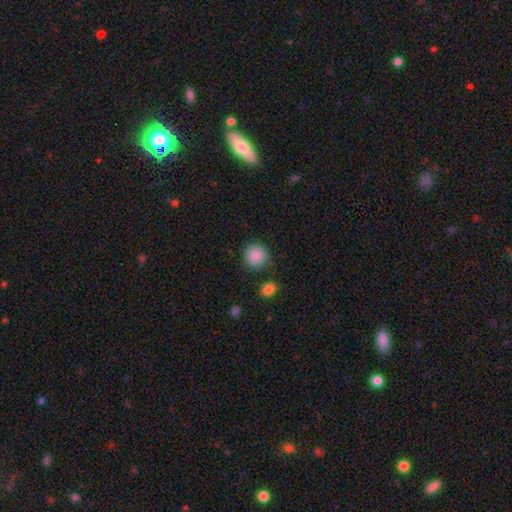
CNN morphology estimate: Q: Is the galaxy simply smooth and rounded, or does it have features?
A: smooth — 89%.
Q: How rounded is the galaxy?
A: round — 93%.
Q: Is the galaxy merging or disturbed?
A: none — 88%.